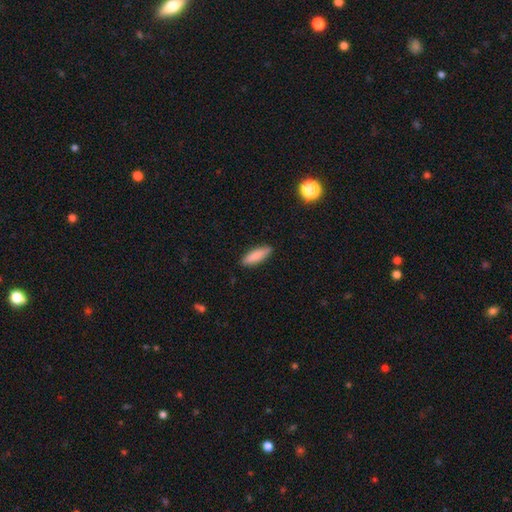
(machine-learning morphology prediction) smooth_or_featured: smooth (p=0.86) [alt: featured or disk p=0.08]
how_rounded: cigar-shaped (p=0.57) [alt: in between p=0.41]
merging: none (p=0.88) [alt: minor disturbance p=0.09]